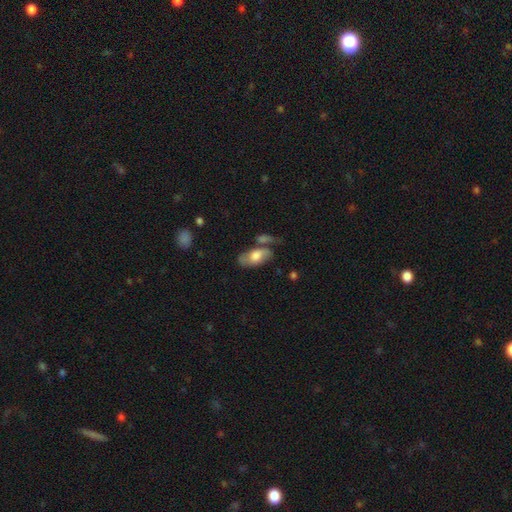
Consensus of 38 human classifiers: smooth 55%, featured or disk 42%, star or artifact 3%. Down the decision tree: how rounded — in between (90%); merging — none (65%).